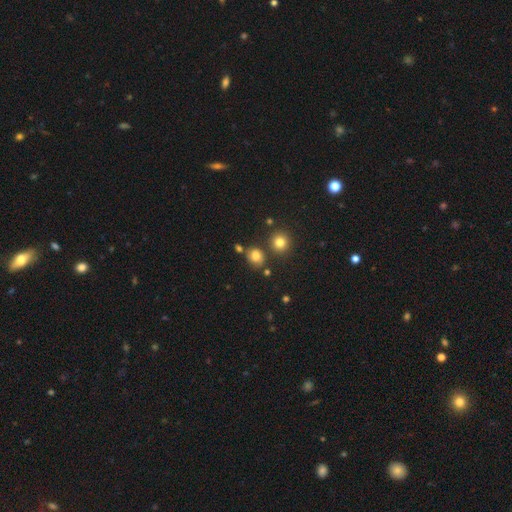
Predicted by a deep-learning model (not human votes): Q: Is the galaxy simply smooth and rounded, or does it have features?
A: smooth — 75%.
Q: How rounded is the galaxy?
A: round — 56%.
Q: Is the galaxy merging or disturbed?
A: none — 73%.